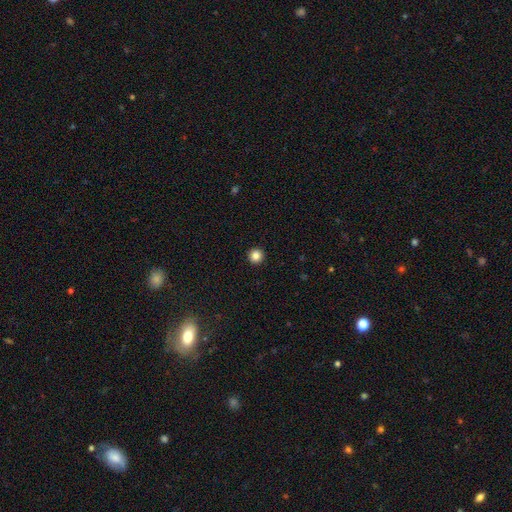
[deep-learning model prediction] This is clearly a smooth galaxy (85%). How rounded: clearly round (96%). Merging: clearly none (94%).